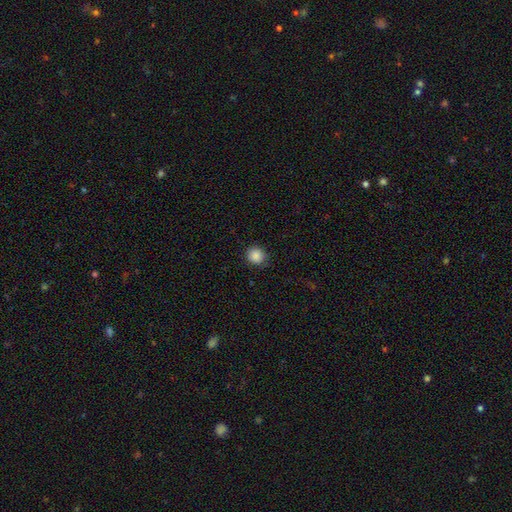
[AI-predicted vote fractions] smooth-or-featured: smooth: 88% | star or artifact: 10% | featured or disk: 3%
  how-rounded: round: 88% | in between: 11% | cigar-shaped: 1%
  merging: none: 88% | minor disturbance: 9% | major disturbance: 2% | merger: 1%